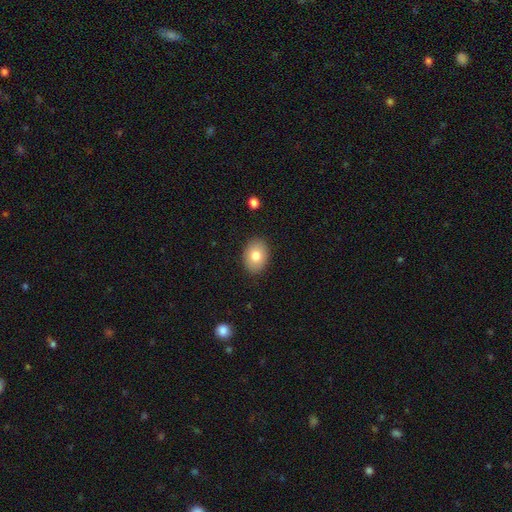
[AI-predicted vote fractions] Smooth or featured? smooth (79%)
How rounded? in between (74%)
Merging? none (88%)